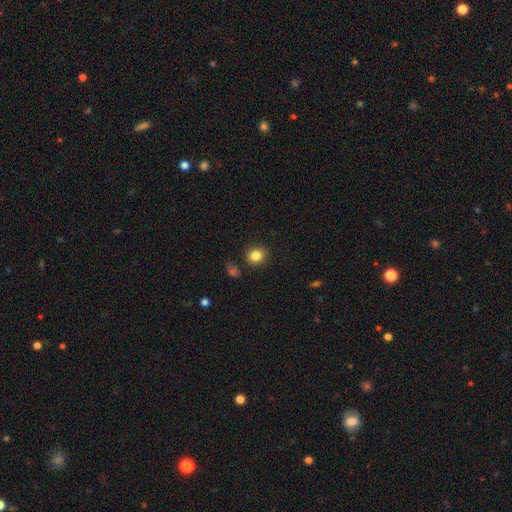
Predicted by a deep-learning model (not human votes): Smooth or featured? Predicted: smooth (p=0.84). How rounded? Predicted: round (p=0.81). Merging? Predicted: none (p=0.87).